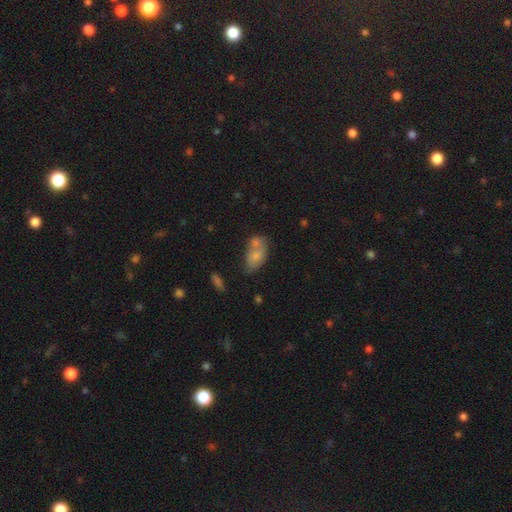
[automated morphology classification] This appears to be a smooth galaxy with no disk features (74%) that is in between round and cigar-shaped (88%). Merging: merger (43%).